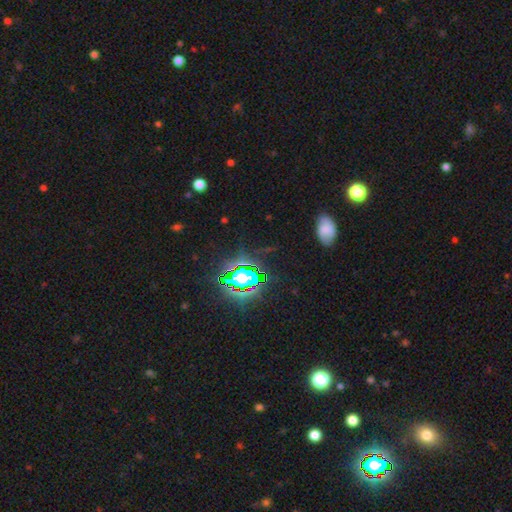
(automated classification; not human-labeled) Smooth or featured?
  - star or artifact: 76% *
  - smooth: 15%
  - featured or disk: 9%